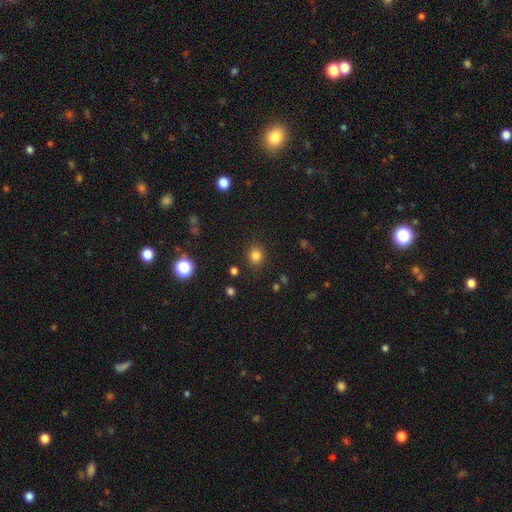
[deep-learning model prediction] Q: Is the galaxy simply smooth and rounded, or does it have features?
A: smooth — 81%.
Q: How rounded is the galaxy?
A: round — 83%.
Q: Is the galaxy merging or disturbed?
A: none — 87%.